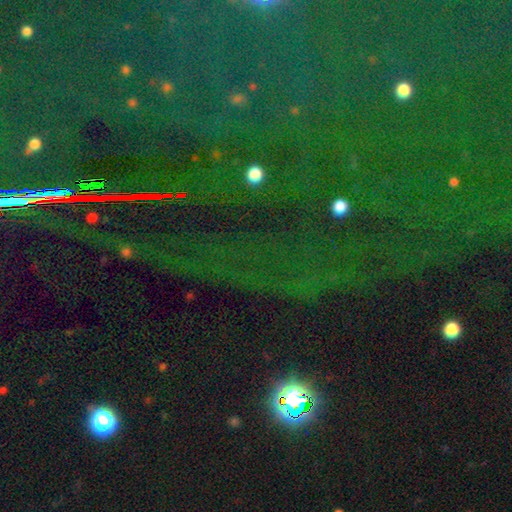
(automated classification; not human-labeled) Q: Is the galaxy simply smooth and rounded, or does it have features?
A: star or artifact — 82%.